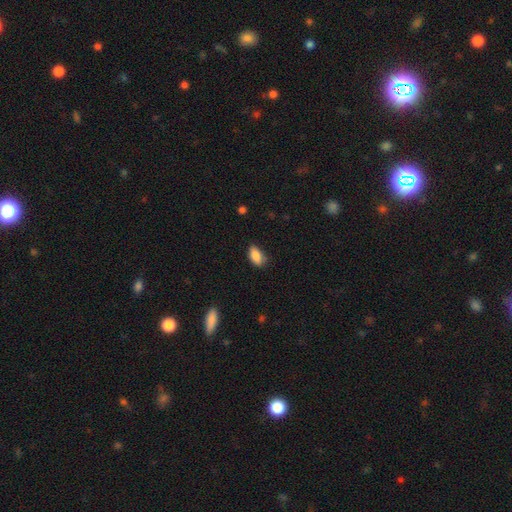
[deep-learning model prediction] smooth-or-featured: smooth: 87% | star or artifact: 8% | featured or disk: 5%
  how-rounded: in between: 91% | round: 5% | cigar-shaped: 4%
  merging: none: 66% | minor disturbance: 28% | major disturbance: 4% | merger: 2%